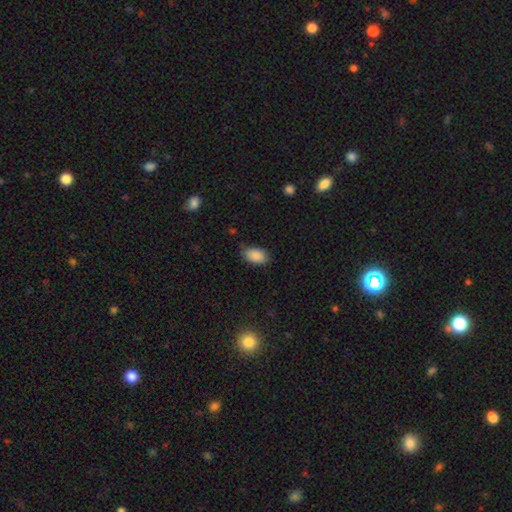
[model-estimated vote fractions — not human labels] Morphology: type=smooth (87%); roundness=in between (92%); merging=none (77%).